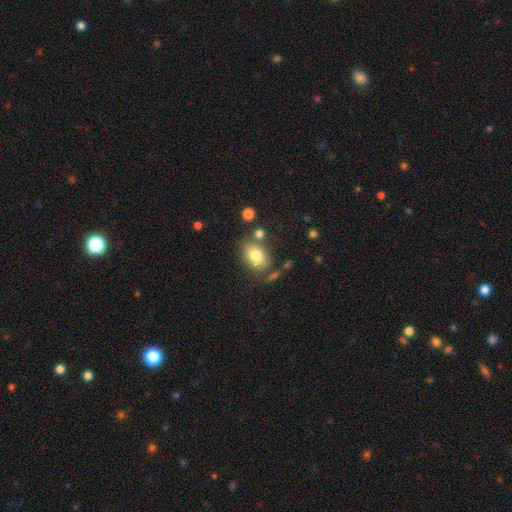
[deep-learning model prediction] A smooth galaxy with no disk features (80%) that is in between round and cigar-shaped (72%). Merging: none (71%).